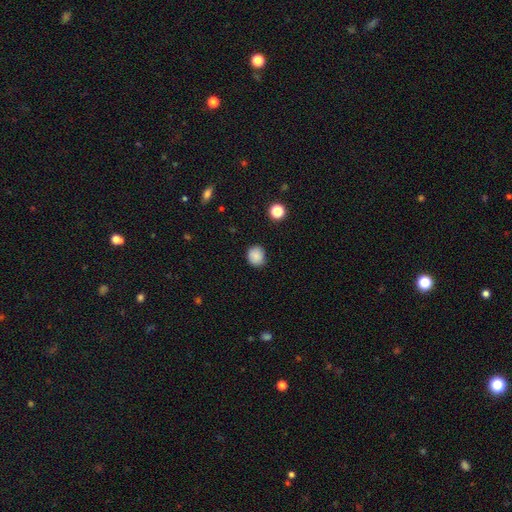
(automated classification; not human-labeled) A smooth galaxy with no disk features (87%) that is round (79%). Merging: none (85%).